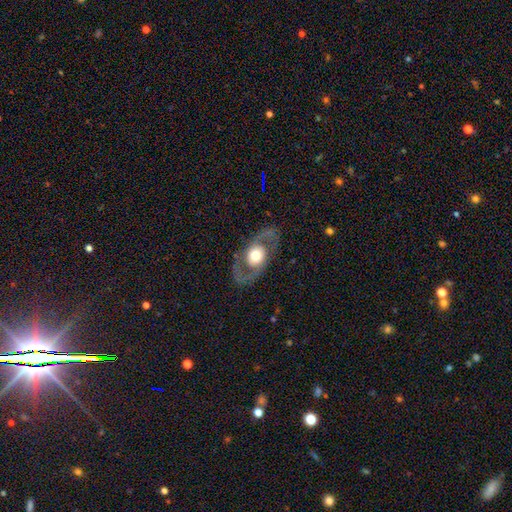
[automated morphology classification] This appears to be a featured or disk galaxy (76%) with no bar (81%), spiral arms (67%) and a moderate central bulge (48%). Merging: none (81%).